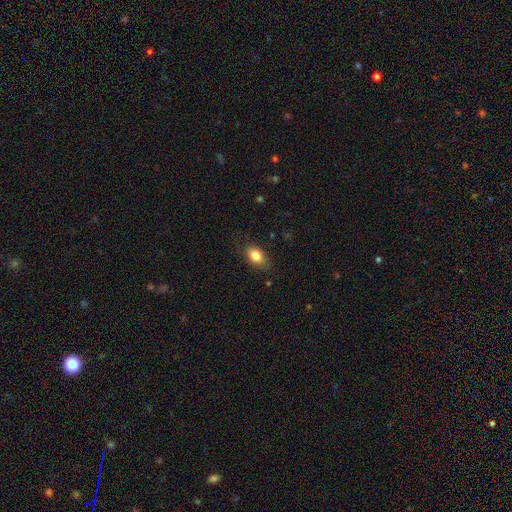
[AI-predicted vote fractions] Smooth or featured? smooth (83%)
How rounded? in between (82%)
Merging? none (77%)